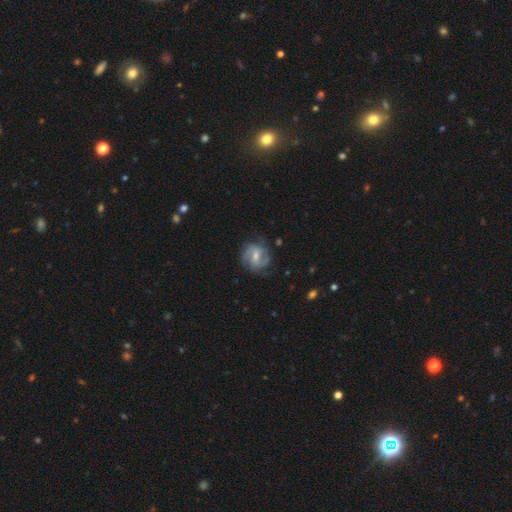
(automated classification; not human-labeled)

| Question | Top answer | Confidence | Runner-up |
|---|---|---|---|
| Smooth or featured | featured or disk | 80% | smooth (14%) |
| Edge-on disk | no | 98% | yes (2%) |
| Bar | weak | 54% | no (27%) |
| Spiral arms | yes | 94% | no (6%) |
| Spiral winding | medium | 48% | tight (32%) |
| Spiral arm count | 2 | 49% | 3 (24%) |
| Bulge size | moderate | 52% | small (40%) |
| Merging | none | 72% | minor disturbance (18%) |